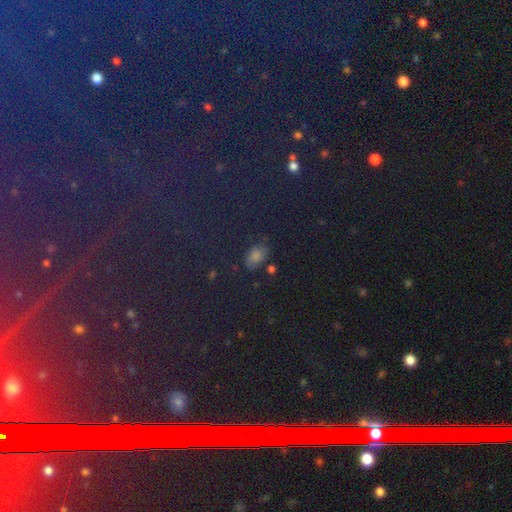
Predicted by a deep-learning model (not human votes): Q: Smooth or featured?
A: star or artifact (65%); runner-up: smooth (24%)